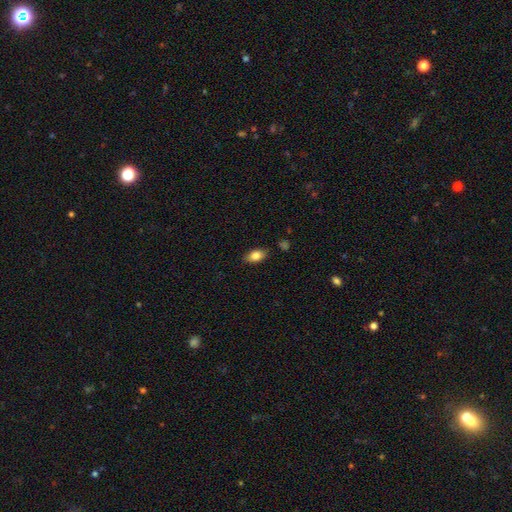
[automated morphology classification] This is clearly a smooth galaxy (82%). How rounded: clearly in between (88%). Merging: clearly none (84%).